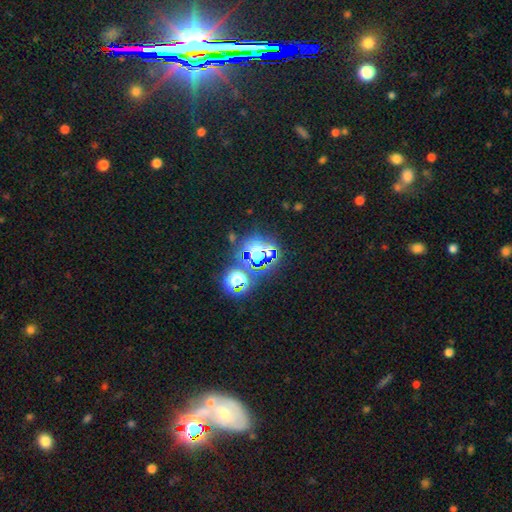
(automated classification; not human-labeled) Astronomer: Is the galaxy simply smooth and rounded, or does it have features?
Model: star or artifact — 67%.